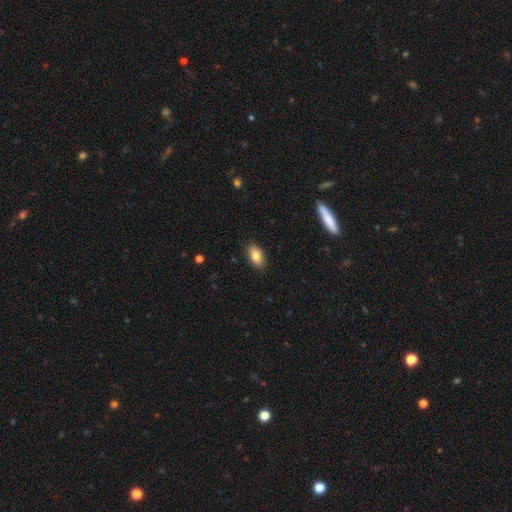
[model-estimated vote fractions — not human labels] Q: Smooth or featured?
A: smooth (82%); runner-up: featured or disk (10%)
Q: How rounded?
A: in between (91%); runner-up: round (6%)
Q: Merging?
A: none (87%); runner-up: minor disturbance (10%)